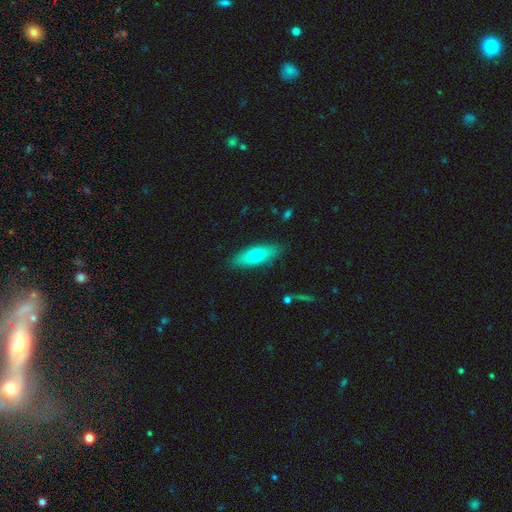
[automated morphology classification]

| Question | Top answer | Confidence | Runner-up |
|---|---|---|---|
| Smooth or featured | smooth | 67% | featured or disk (27%) |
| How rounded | in between | 59% | cigar-shaped (38%) |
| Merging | none | 86% | minor disturbance (11%) |